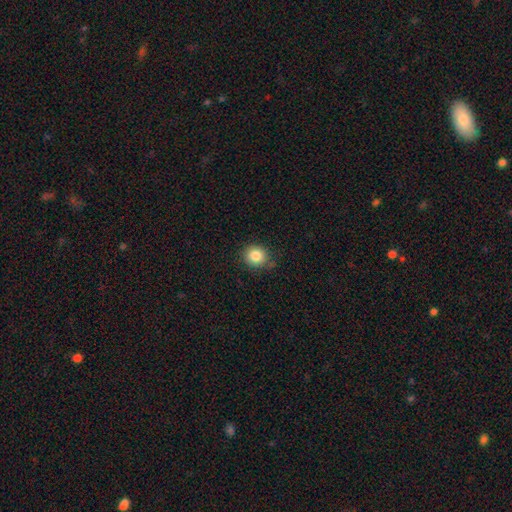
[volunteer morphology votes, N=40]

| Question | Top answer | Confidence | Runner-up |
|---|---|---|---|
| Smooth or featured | smooth | 92% | featured or disk (5%) |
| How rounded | round | 97% | in between (3%) |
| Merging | none | 79% | minor disturbance (13%) |